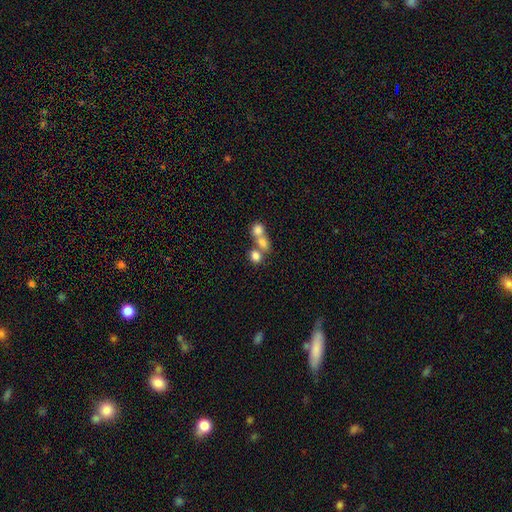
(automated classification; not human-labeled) The model was most divided on "merging": merger: 53%, none: 37%, minor disturbance: 7%, major disturbance: 4%. More confident: smooth or featured — smooth (76%); how rounded — round (63%).